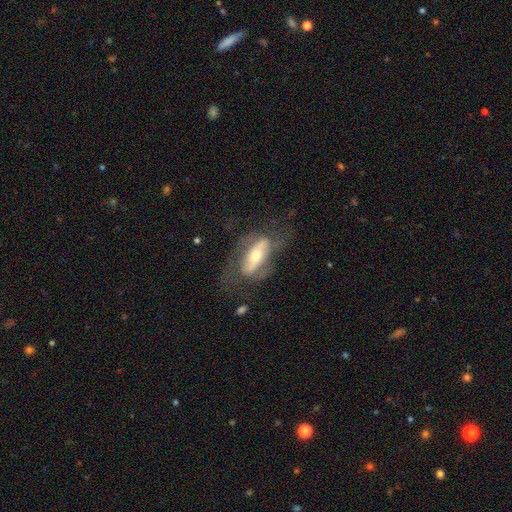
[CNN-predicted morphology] Overall: featured or disk (66%; smooth 27%). Edge-on disk: no (78%). Bar: strong (49%; no 29%). Spiral arms: yes (55%; no 45%). Bulge size: moderate (54%; small 36%). Merging: none (57%; major disturbance 21%).